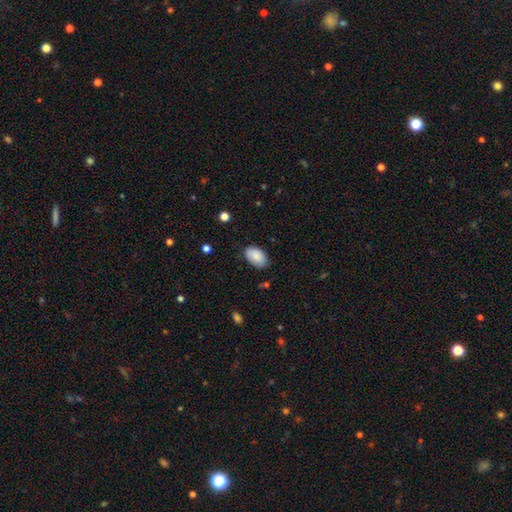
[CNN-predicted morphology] Smooth or featured: smooth — 87% (featured or disk — 7%)
How rounded: in between — 93% (round — 6%)
Merging: none — 81% (minor disturbance — 15%)